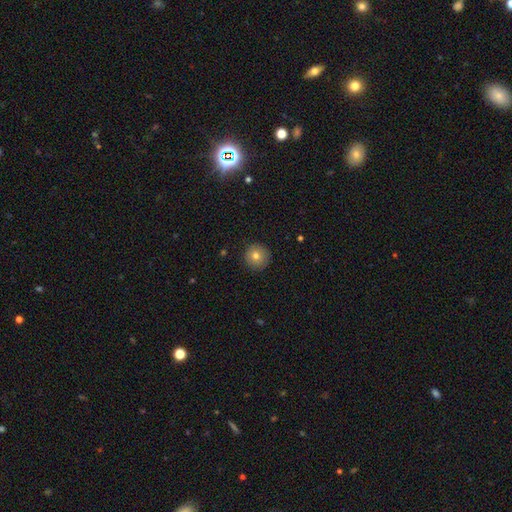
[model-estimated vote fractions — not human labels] smooth-or-featured: smooth: 77% | featured or disk: 13% | star or artifact: 10%
  how-rounded: round: 96% | in between: 3% | cigar-shaped: 1%
  merging: none: 91% | minor disturbance: 7% | major disturbance: 2% | merger: 1%